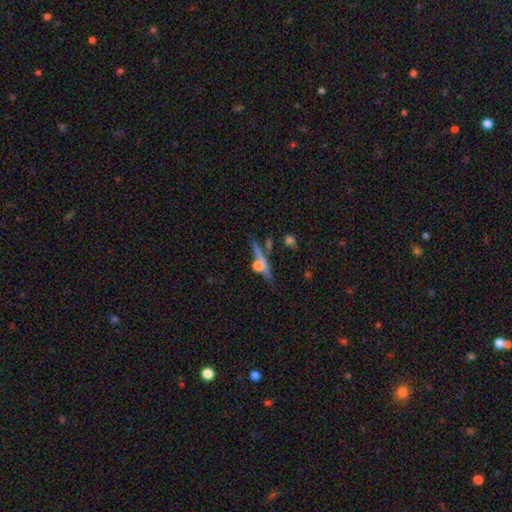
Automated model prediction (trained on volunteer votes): featured or disk 53%, smooth 33%, star or artifact 14%. Down the decision tree: edge-on disk — yes (82%); merging — none (58%).